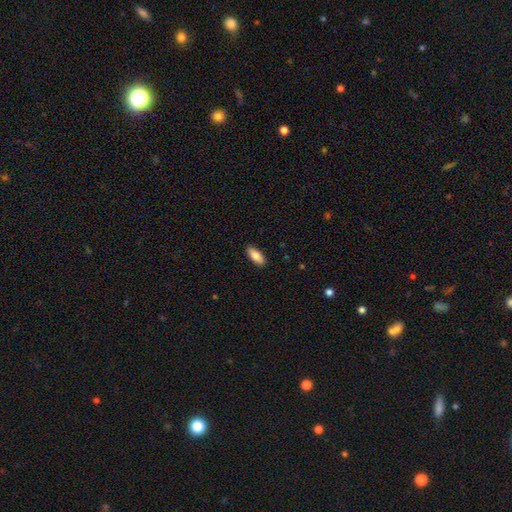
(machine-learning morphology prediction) The model was most divided on "how rounded": in between: 80%, cigar-shaped: 18%, round: 2%. More confident: merging — none (89%); smooth or featured — smooth (82%).